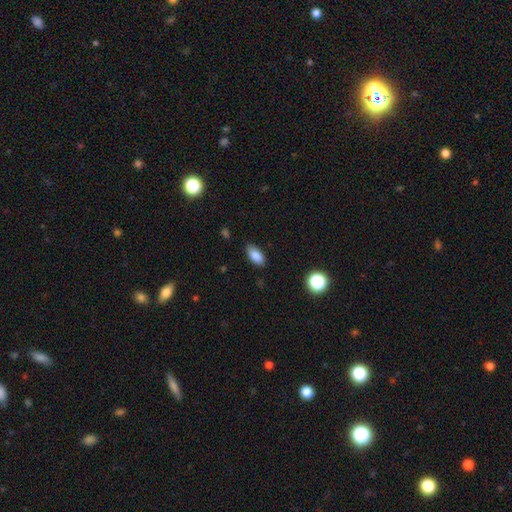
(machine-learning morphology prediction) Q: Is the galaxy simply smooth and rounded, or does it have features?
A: smooth — 86%.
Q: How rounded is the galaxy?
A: in between — 91%.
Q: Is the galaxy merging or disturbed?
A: none — 83%.